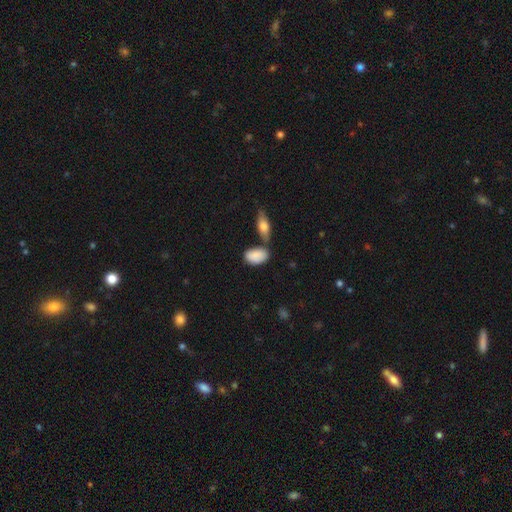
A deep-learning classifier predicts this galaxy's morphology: Q: Smooth or featured?
A: smooth (87%); runner-up: featured or disk (7%)
Q: How rounded?
A: in between (93%); runner-up: round (5%)
Q: Merging?
A: none (53%); runner-up: merger (22%)